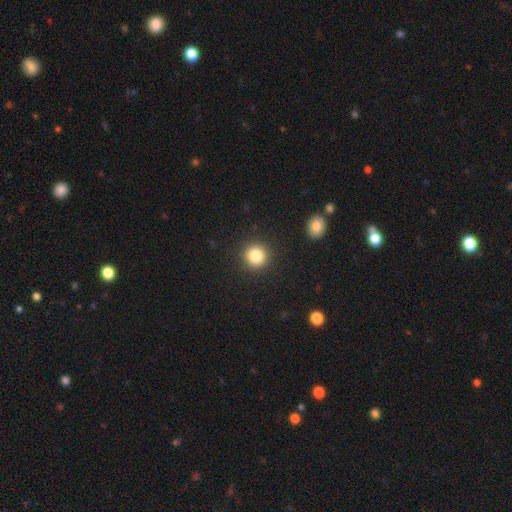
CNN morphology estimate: smooth_or_featured: smooth (p=0.83) [alt: star or artifact p=0.11]
how_rounded: round (p=0.93) [alt: in between p=0.06]
merging: none (p=0.91) [alt: minor disturbance p=0.06]